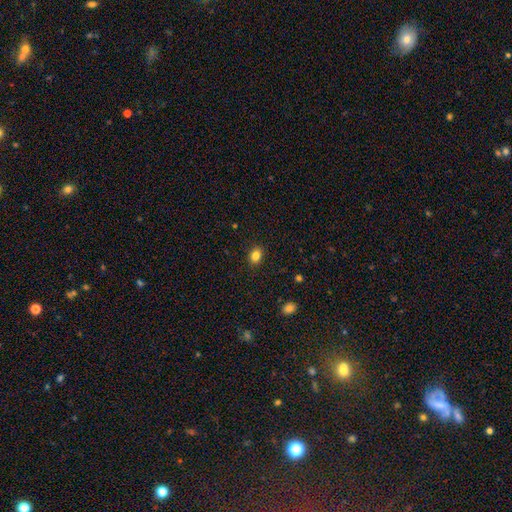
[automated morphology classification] The model was most divided on "how rounded": in between: 54%, round: 45%, cigar-shaped: 1%. More confident: merging — none (89%); smooth or featured — smooth (83%).